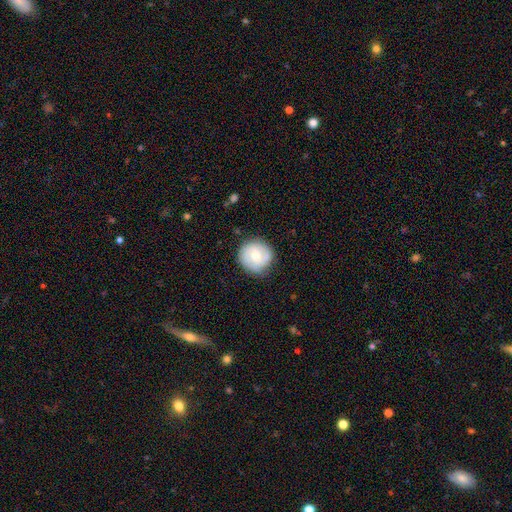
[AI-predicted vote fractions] Smooth or featured? featured or disk (53%)
Edge-on disk? no (98%)
Bar? no (64%)
Spiral arms? yes (80%)
Bulge size? moderate (63%)
Merging? none (79%)